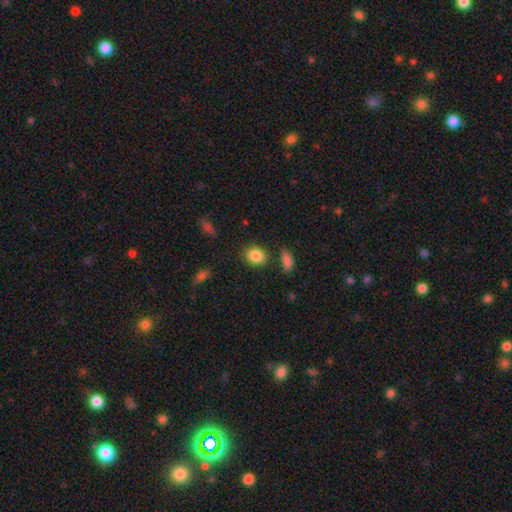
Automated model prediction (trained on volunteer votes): The model was most divided on "how rounded": round: 56%, in between: 43%, cigar-shaped: 1%. More confident: smooth or featured — smooth (86%); merging — none (81%).